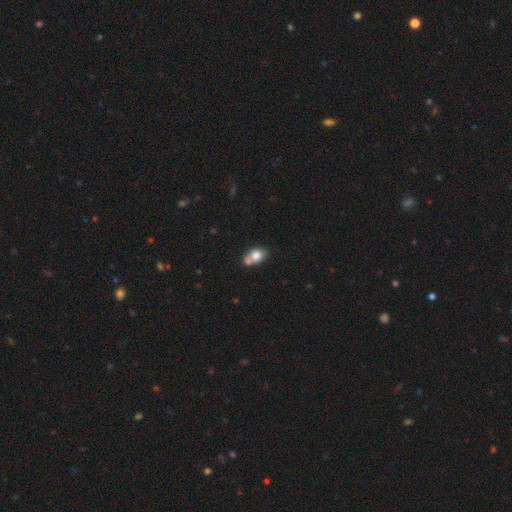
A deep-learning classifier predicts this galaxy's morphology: smooth-or-featured: smooth: 76% | featured or disk: 15% | star or artifact: 9%
  how-rounded: in between: 55% | round: 43% | cigar-shaped: 1%
  merging: merger: 44% | none: 37% | minor disturbance: 14% | major disturbance: 5%